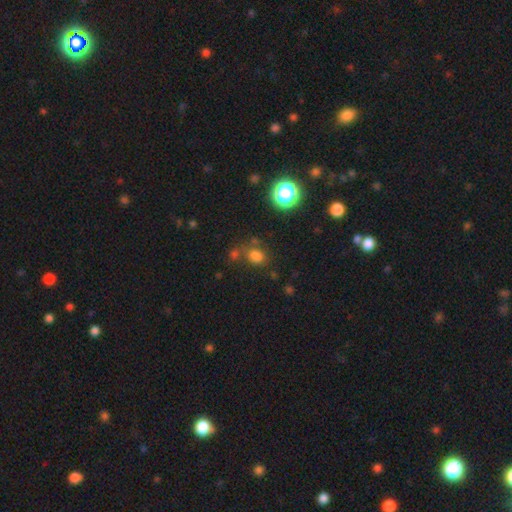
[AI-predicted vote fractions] Smooth or featured? smooth (72%)
How rounded? in between (52%)
Merging? none (62%)